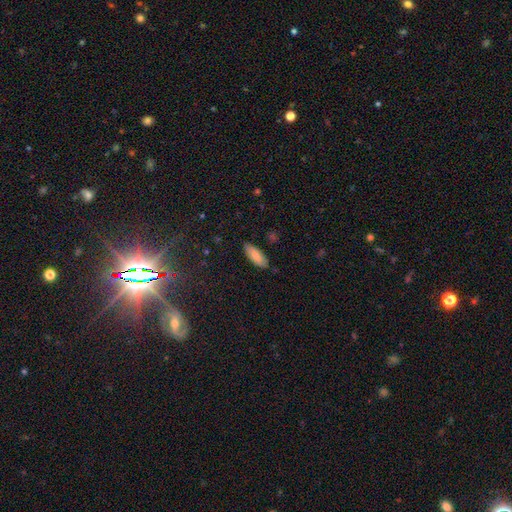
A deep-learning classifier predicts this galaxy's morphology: A smooth galaxy with no disk features (83%) that is in between round and cigar-shaped (72%).

Vote fractions:
- Smooth or featured? smooth: 83% / featured or disk: 10% / star or artifact: 6%
- How rounded? in between: 72% / cigar-shaped: 27% / round: 2%
- Merging? none: 84% / minor disturbance: 13% / major disturbance: 2% / merger: 1%